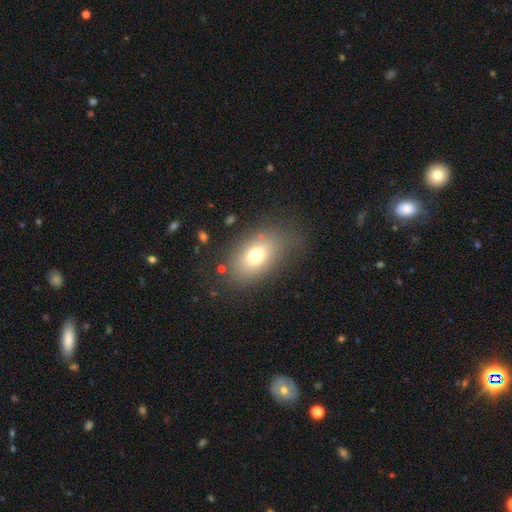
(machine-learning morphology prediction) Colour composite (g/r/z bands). It shows a smooth galaxy with no disk features (72%) that is in between round and cigar-shaped (83%). Merging: none (73%).